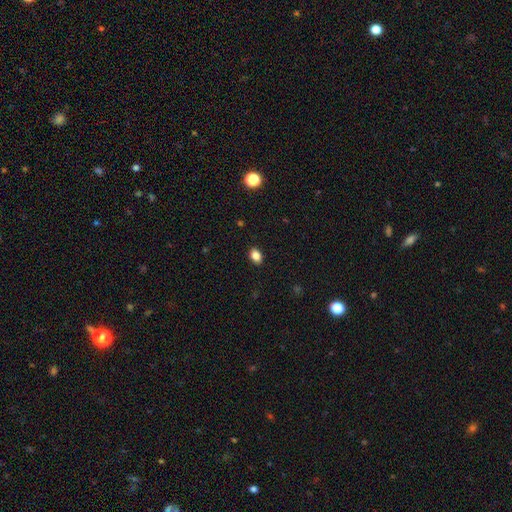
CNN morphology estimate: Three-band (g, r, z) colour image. It shows a smooth galaxy with no disk features (85%) that is in between round and cigar-shaped (77%). Merging: none (89%).